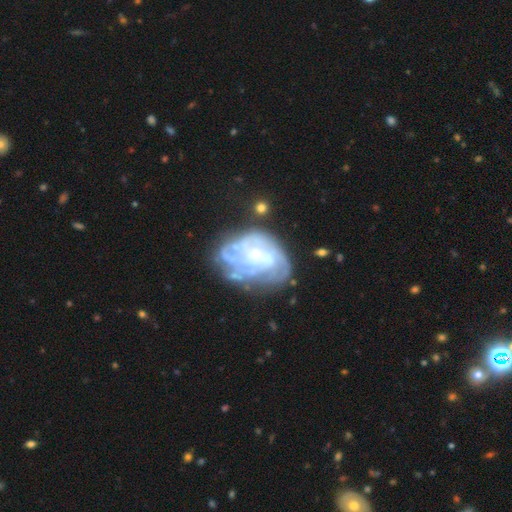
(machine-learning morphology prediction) smooth_or_featured: featured or disk (p=0.78) [alt: smooth p=0.14]
disk_edge_on: no (p=0.98) [alt: yes p=0.02]
bar: no (p=0.79) [alt: weak p=0.17]
has_spiral_arms: yes (p=0.75) [alt: no p=0.25]
spiral_winding: tight (p=0.55) [alt: medium p=0.30]
spiral_arm_count: can't tell (p=0.45) [alt: 4 p=0.17]
bulge_size: small (p=0.69) [alt: moderate p=0.20]
merging: none (p=0.47) [alt: minor disturbance p=0.24]